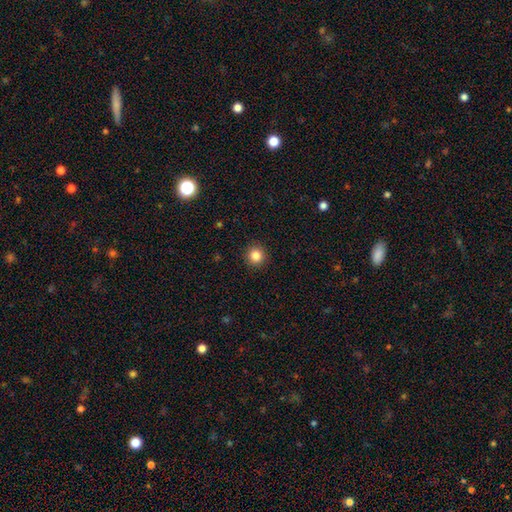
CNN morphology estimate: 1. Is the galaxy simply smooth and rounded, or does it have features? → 84% smooth, 11% star or artifact, 5% featured or disk.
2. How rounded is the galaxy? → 95% round, 4% in between, 1% cigar-shaped.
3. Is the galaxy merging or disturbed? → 93% none, 5% minor disturbance, 2% major disturbance, 1% merger.